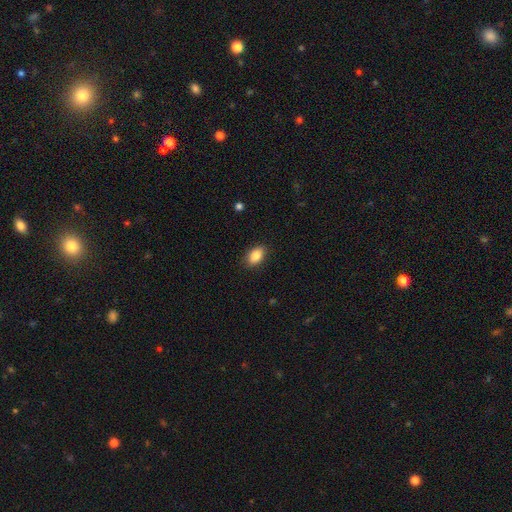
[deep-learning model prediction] Smooth or featured: smooth — 86% (star or artifact — 8%)
How rounded: in between — 88% (round — 10%)
Merging: none — 87% (minor disturbance — 10%)